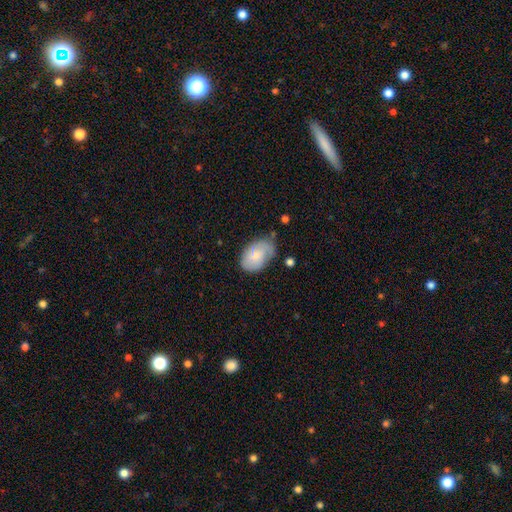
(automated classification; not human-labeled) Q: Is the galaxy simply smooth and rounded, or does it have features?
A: smooth — 72%.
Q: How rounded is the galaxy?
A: in between — 90%.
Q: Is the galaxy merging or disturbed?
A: none — 54%.